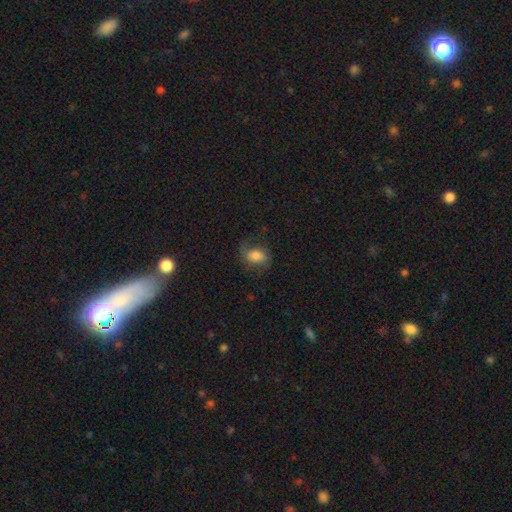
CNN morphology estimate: Smooth or featured? smooth (47%)
Merging? none (65%)